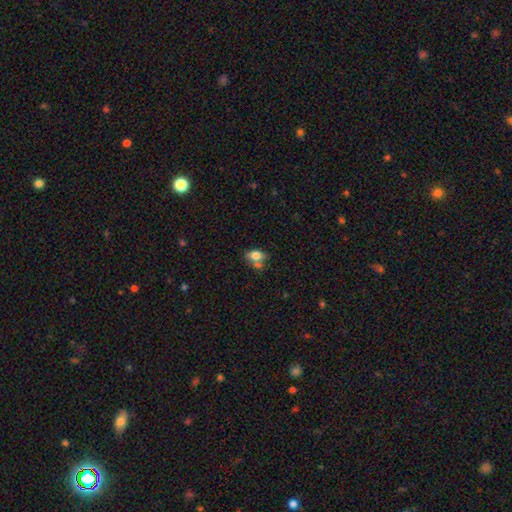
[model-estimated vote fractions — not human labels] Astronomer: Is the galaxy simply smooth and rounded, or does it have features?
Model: smooth — 75%.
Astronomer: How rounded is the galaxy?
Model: in between — 81%.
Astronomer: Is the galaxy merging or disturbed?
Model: none — 46% (runner-up: merger, 29%).